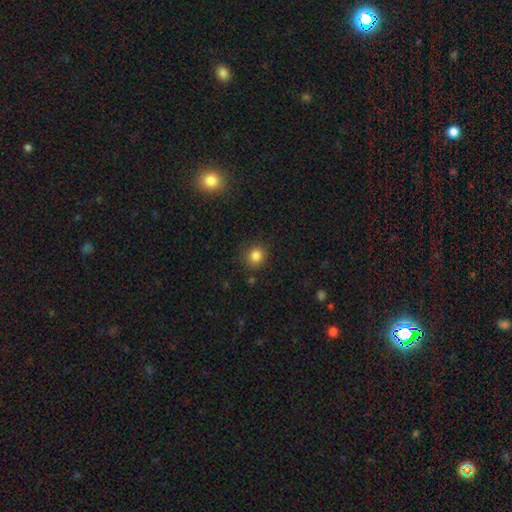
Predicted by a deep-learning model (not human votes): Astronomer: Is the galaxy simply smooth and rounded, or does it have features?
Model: smooth — 84%.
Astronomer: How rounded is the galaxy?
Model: round — 80%.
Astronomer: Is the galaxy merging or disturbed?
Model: none — 85%.